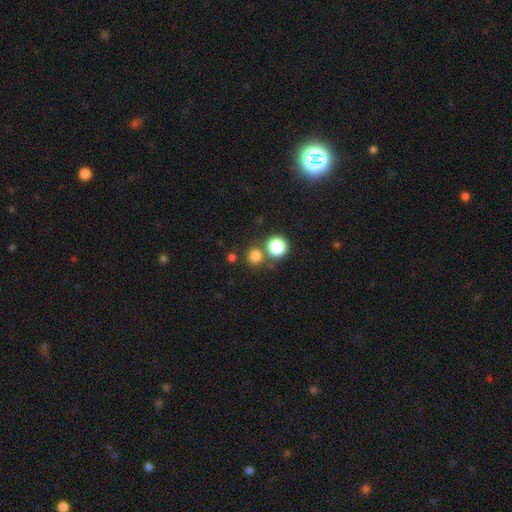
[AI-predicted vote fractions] smooth-or-featured: smooth: 76% | star or artifact: 18% | featured or disk: 6%
  how-rounded: round: 92% | in between: 7% | cigar-shaped: 1%
  merging: none: 72% | merger: 18% | minor disturbance: 7% | major disturbance: 3%